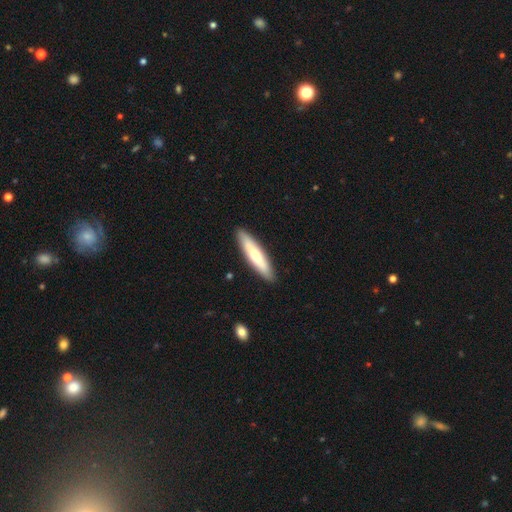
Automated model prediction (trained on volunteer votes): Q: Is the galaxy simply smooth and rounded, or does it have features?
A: smooth — 65%.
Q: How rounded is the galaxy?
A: cigar-shaped — 83%.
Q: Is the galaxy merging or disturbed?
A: none — 90%.